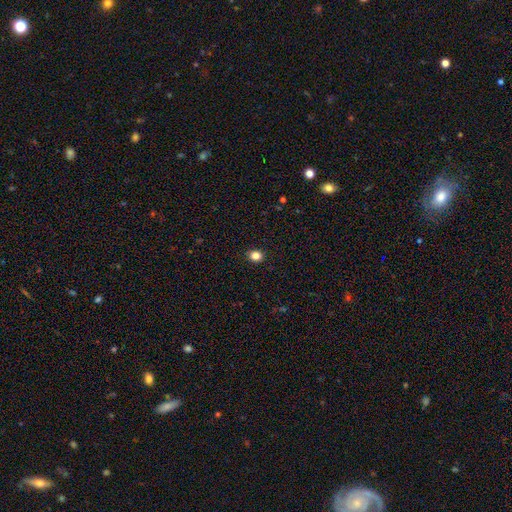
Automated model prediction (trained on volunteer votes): smooth 84%, star or artifact 12%, featured or disk 4%. Down the decision tree: how rounded — round (73%); merging — none (91%).